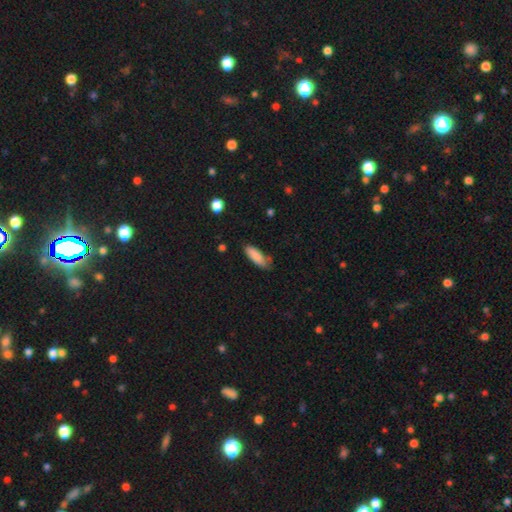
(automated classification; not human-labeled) Overall: smooth (87%). How rounded: in between (64%; cigar-shaped 34%). Merging: none (68%).